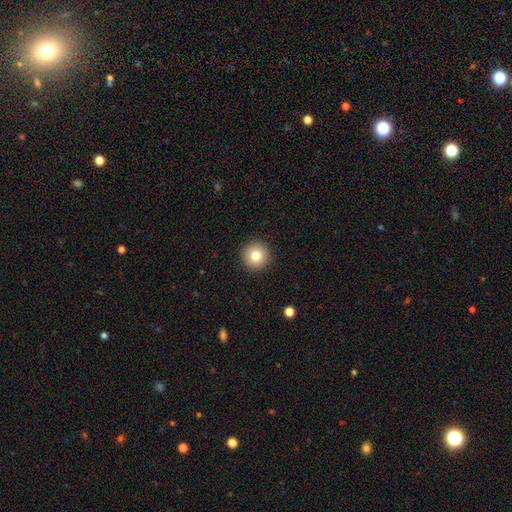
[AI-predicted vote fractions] This is likely a smooth galaxy (79%). How rounded: clearly round (96%). Merging: clearly none (92%).